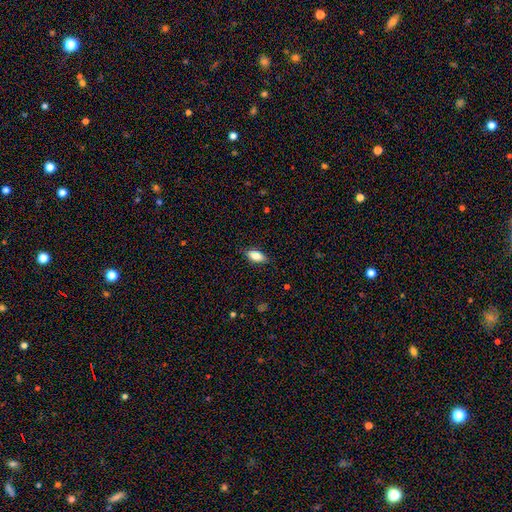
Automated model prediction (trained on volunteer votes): The model was most divided on "smooth or featured": smooth: 82%, featured or disk: 10%, star or artifact: 7%. More confident: merging — none (87%); how rounded — in between (86%).